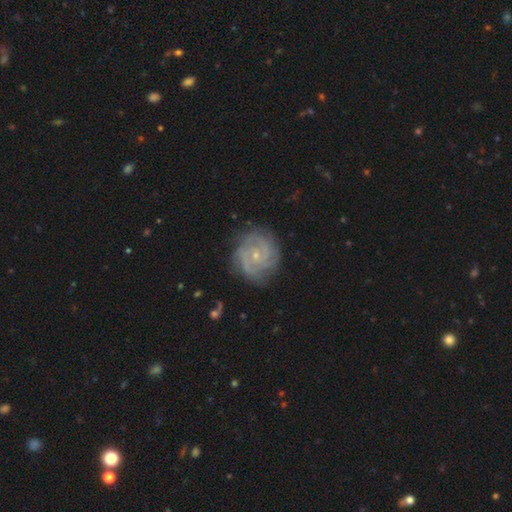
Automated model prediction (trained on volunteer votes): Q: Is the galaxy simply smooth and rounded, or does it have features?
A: featured or disk — 84%.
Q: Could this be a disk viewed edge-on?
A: no — 98%.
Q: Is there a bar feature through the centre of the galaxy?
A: no — 67%.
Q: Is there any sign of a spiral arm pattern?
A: yes — 96%.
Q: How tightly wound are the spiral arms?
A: tight — 64%.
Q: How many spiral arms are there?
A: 2 — 34%.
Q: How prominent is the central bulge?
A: small — 78%.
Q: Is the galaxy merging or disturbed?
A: none — 80%.